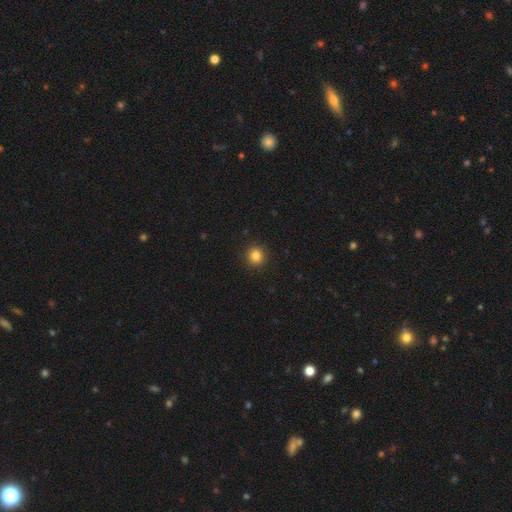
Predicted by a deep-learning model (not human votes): Smooth or featured? smooth (83%)
How rounded? round (92%)
Merging? none (92%)